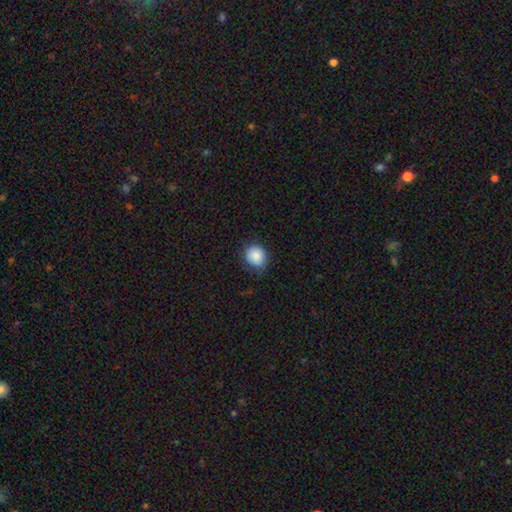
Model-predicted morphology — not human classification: A smooth galaxy with no disk features (87%) that is round (79%). Merging: none (75%).